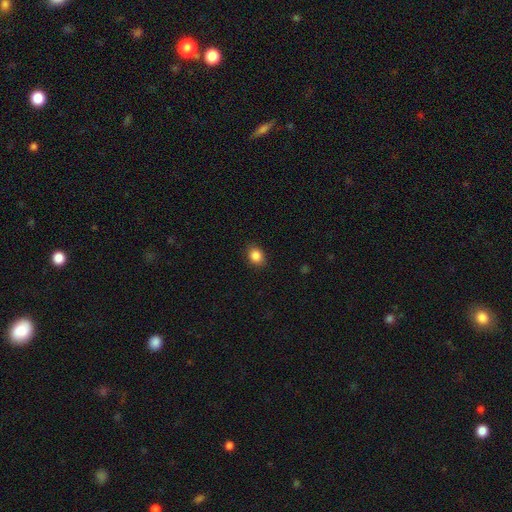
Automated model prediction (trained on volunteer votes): smooth-or-featured: smooth: 86% | star or artifact: 10% | featured or disk: 4%
  how-rounded: in between: 51% | round: 48% | cigar-shaped: 1%
  merging: none: 88% | minor disturbance: 8% | major disturbance: 2% | merger: 1%